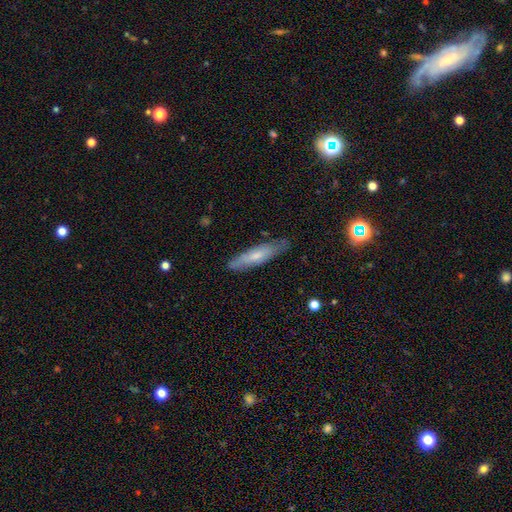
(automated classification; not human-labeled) The model was most divided on "smooth or featured": smooth: 56%, featured or disk: 38%, star or artifact: 6%. More confident: merging — none (79%); how rounded — cigar-shaped (79%).